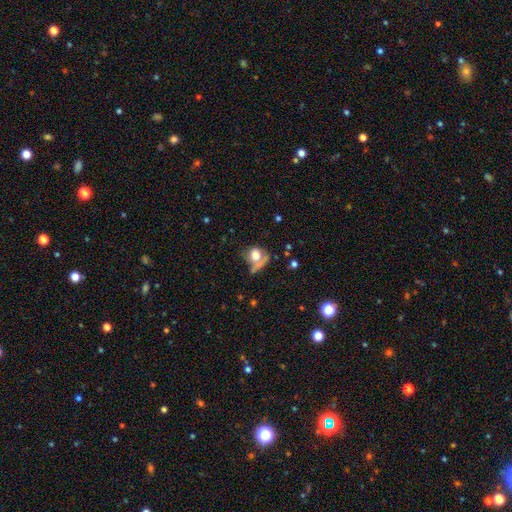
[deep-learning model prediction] Smooth or featured? Predicted: smooth (p=0.66). How rounded? Predicted: round (p=0.68). Merging? Predicted: none (p=0.37).